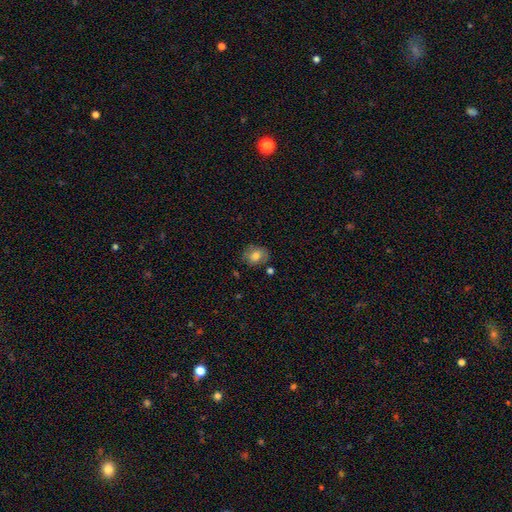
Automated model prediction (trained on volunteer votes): The model was most divided on "how rounded": round: 58%, in between: 41%, cigar-shaped: 1%. More confident: merging — none (76%); smooth or featured — smooth (73%).